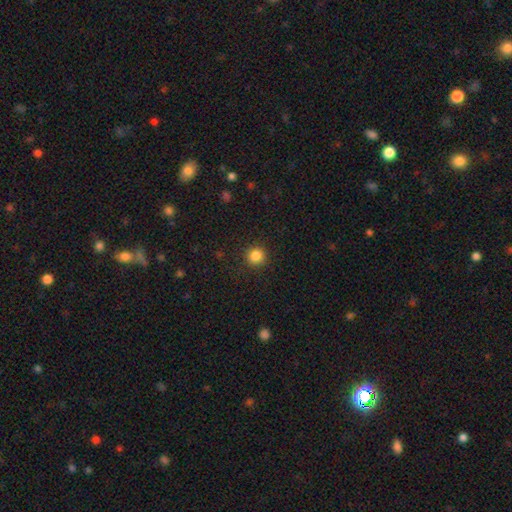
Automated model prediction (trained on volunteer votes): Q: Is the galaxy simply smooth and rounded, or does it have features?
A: smooth — 85%.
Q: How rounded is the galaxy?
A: round — 93%.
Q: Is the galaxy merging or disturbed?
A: none — 91%.